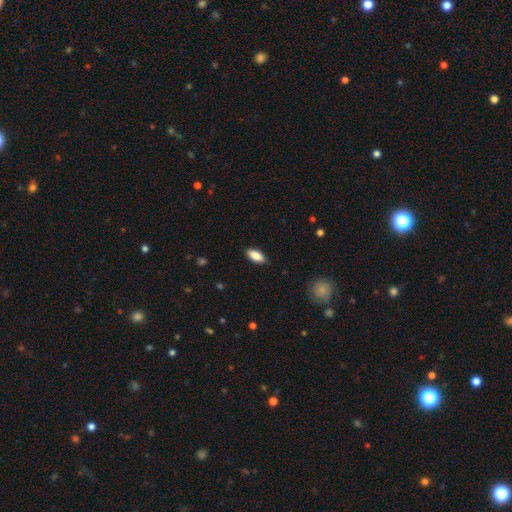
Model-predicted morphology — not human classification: smooth-or-featured: smooth: 86% | featured or disk: 7% | star or artifact: 7%
  how-rounded: in between: 86% | cigar-shaped: 12% | round: 2%
  merging: none: 87% | minor disturbance: 10% | major disturbance: 2% | merger: 1%